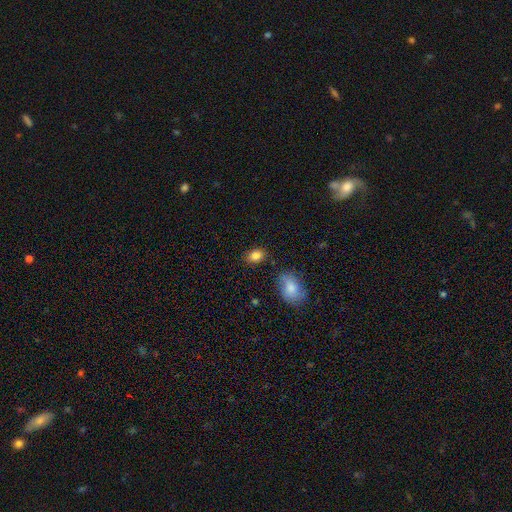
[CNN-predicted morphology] Overall: smooth (85%). How rounded: in between (75%). Merging: none (81%).